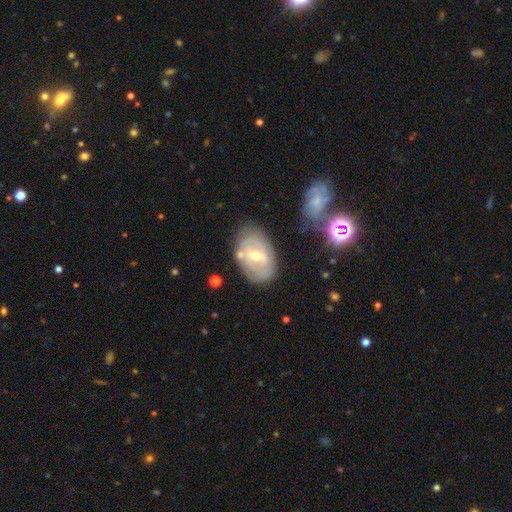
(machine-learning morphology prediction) Smooth or featured: featured or disk — 71% (smooth — 22%)
Edge-on disk: no — 94% (yes — 6%)
Bar: weak — 50% (no — 27%)
Spiral arms: yes — 66% (no — 34%)
Bulge size: moderate — 61% (small — 35%)
Merging: none — 73% (minor disturbance — 17%)